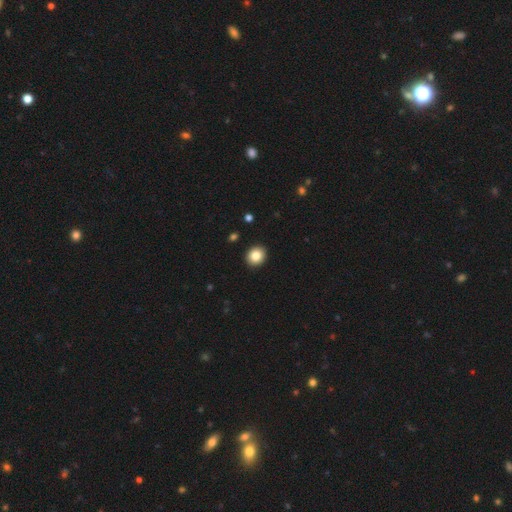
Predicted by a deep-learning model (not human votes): This appears to be a smooth galaxy with no disk features (84%) that is round (74%). Merging: none (93%).